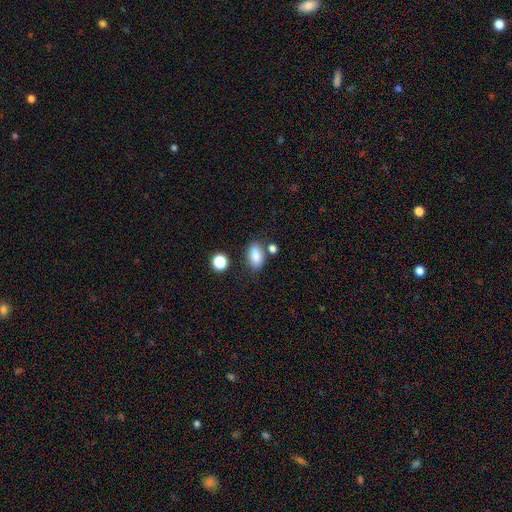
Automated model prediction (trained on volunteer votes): Morphology: type=smooth (85%); roundness=in between (89%); merging=none (72%).